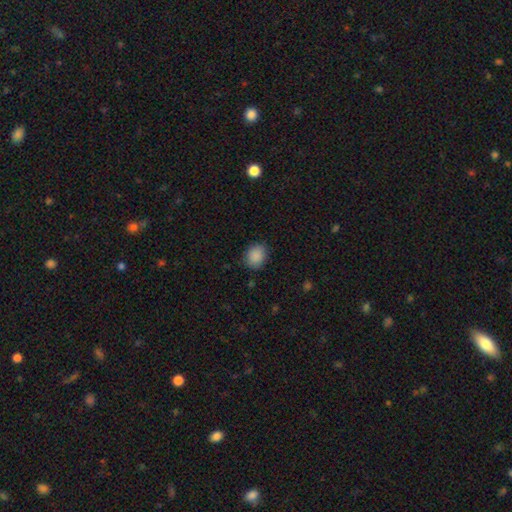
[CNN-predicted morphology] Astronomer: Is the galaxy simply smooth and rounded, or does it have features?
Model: smooth — 88%.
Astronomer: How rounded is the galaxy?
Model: round — 57% (runner-up: in between, 42%).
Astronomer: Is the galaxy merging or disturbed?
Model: none — 83%.